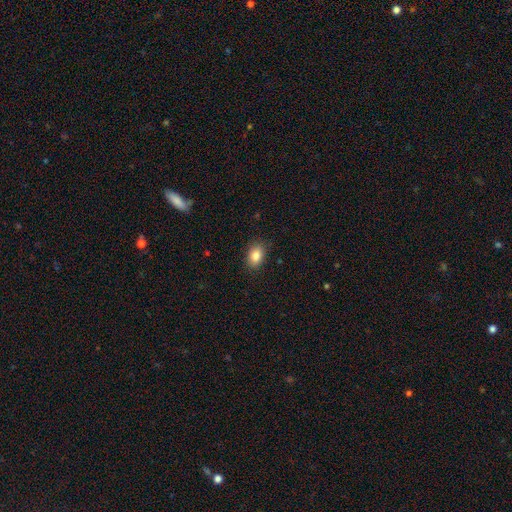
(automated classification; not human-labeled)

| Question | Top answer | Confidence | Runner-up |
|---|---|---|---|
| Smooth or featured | smooth | 86% | star or artifact (9%) |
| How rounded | in between | 82% | round (17%) |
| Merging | none | 85% | minor disturbance (11%) |